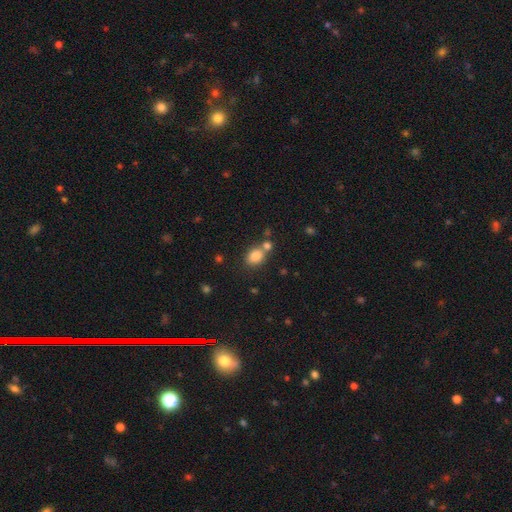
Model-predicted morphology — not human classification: A smooth galaxy with no disk features (82%) that is in between round and cigar-shaped (60%). Merging: none (55%).